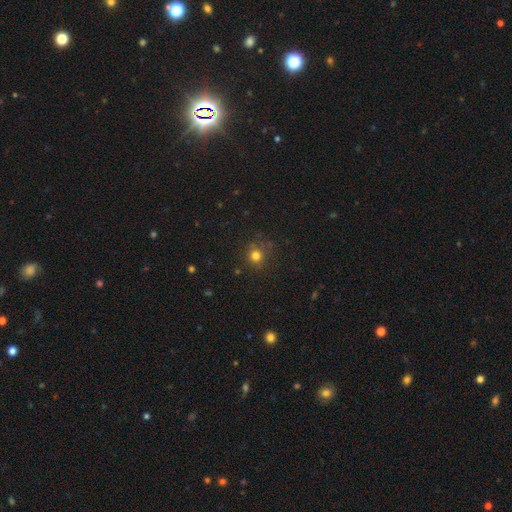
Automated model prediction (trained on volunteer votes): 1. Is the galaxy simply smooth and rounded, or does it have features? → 75% smooth, 18% star or artifact, 7% featured or disk.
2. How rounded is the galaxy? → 90% round, 9% in between, 1% cigar-shaped.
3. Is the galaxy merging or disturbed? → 79% none, 13% minor disturbance, 5% major disturbance, 3% merger.